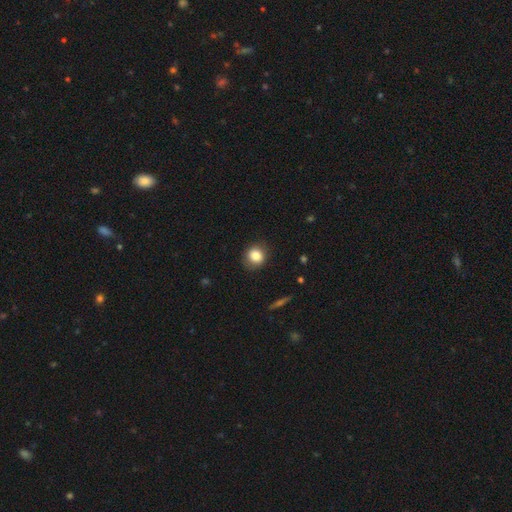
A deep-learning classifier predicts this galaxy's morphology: Overall: smooth (84%). How rounded: round (77%). Merging: none (82%).